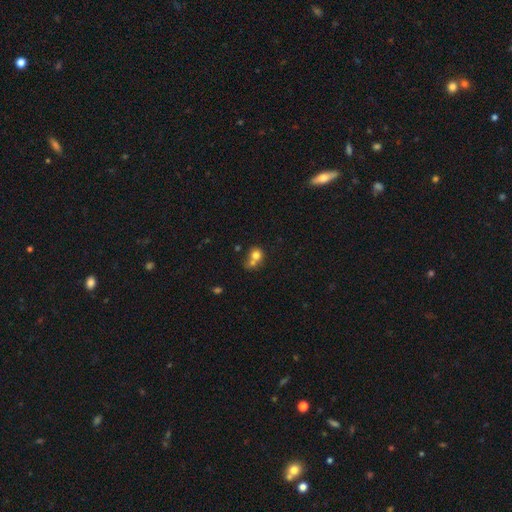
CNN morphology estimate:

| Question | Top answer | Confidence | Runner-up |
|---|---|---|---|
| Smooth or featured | smooth | 74% | featured or disk (15%) |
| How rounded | round | 74% | in between (25%) |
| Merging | merger | 55% | none (30%) |